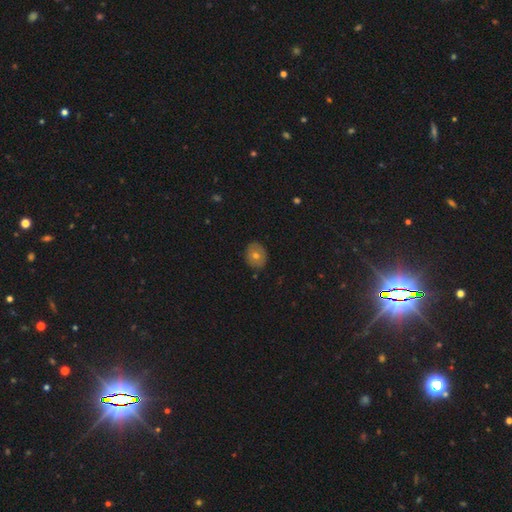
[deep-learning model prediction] The model was most divided on "how rounded": round: 63%, in between: 36%, cigar-shaped: 1%. More confident: merging — none (87%); smooth or featured — smooth (65%).